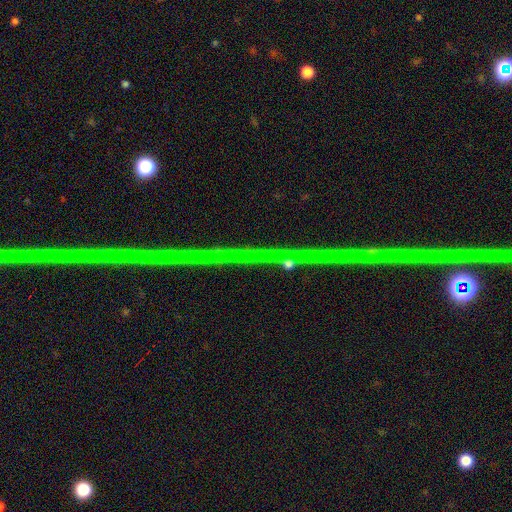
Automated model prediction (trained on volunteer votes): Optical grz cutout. It shows a star or artifact, not a galaxy (79%).